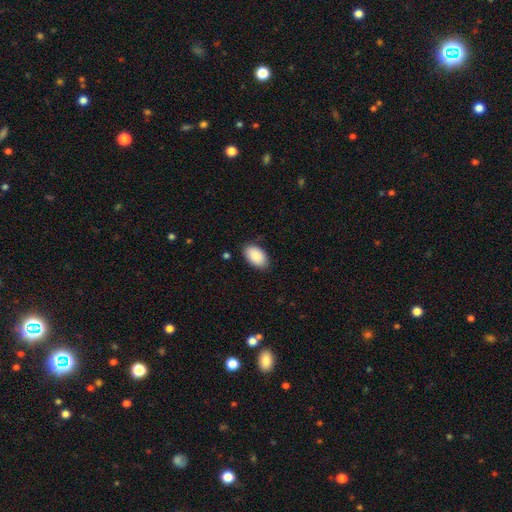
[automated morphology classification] Smooth or featured? Predicted: smooth (p=0.89). How rounded? Predicted: in between (p=0.95). Merging? Predicted: none (p=0.86).